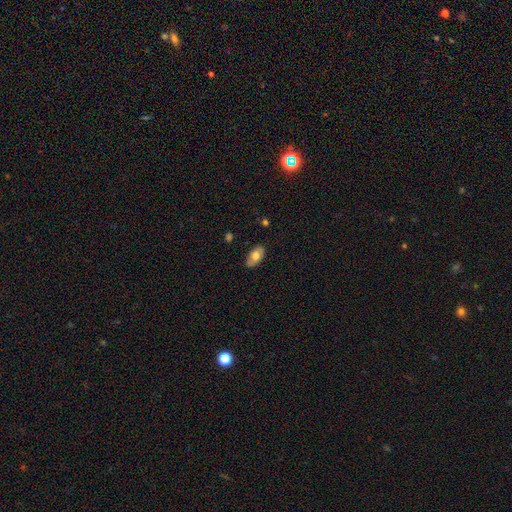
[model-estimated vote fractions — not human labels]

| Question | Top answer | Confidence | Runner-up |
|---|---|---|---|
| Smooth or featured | smooth | 66% | featured or disk (28%) |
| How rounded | in between | 93% | round (4%) |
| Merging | none | 84% | minor disturbance (13%) |